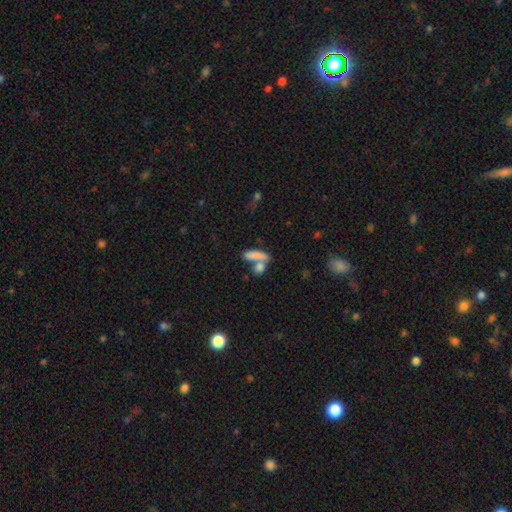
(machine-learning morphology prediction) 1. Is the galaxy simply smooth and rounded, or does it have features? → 79% smooth, 13% featured or disk, 9% star or artifact.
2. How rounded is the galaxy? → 53% in between, 39% cigar-shaped, 8% round.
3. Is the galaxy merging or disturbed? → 46% merger, 39% none, 9% minor disturbance, 6% major disturbance.